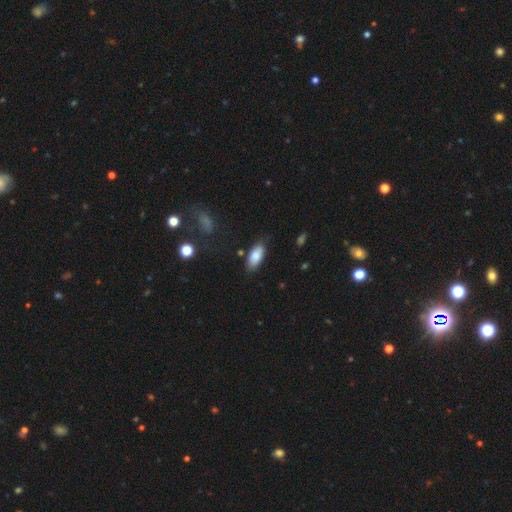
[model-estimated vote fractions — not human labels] This appears to be a smooth galaxy with no disk features (84%) that is in between round and cigar-shaped (86%). Merging: none (77%).